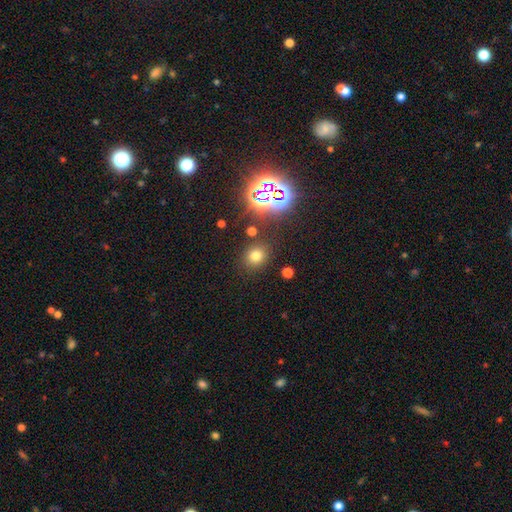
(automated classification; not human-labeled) Smooth or featured: smooth — 69% (star or artifact — 24%)
How rounded: round — 77% (in between — 22%)
Merging: none — 83% (minor disturbance — 8%)